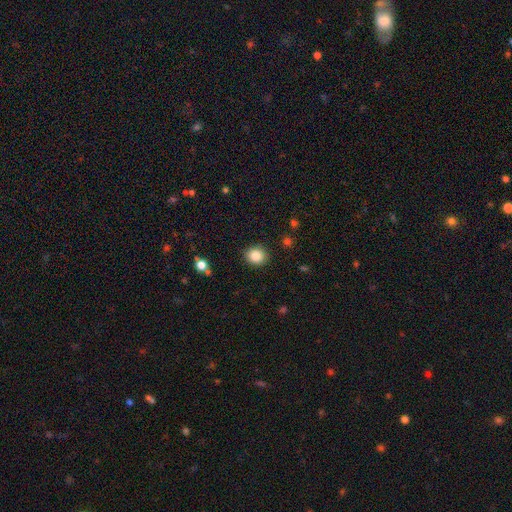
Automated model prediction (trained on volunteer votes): Smooth or featured? smooth (84%)
How rounded? round (83%)
Merging? none (90%)